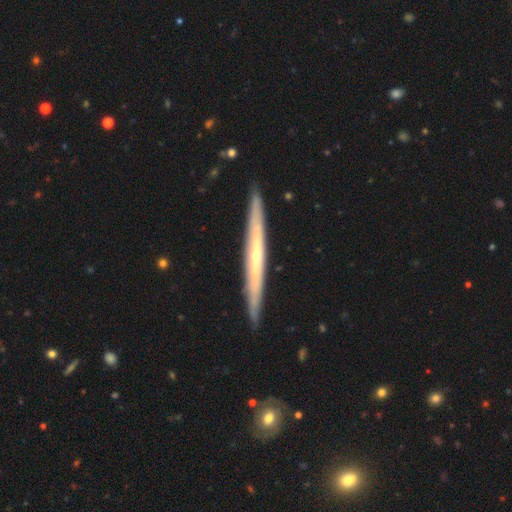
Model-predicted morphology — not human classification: Smooth or featured? Predicted: featured or disk (p=0.71). Edge-on disk? Predicted: yes (p=0.94). Edge-on bulge? Predicted: rounded (p=0.51). Merging? Predicted: none (p=0.90).